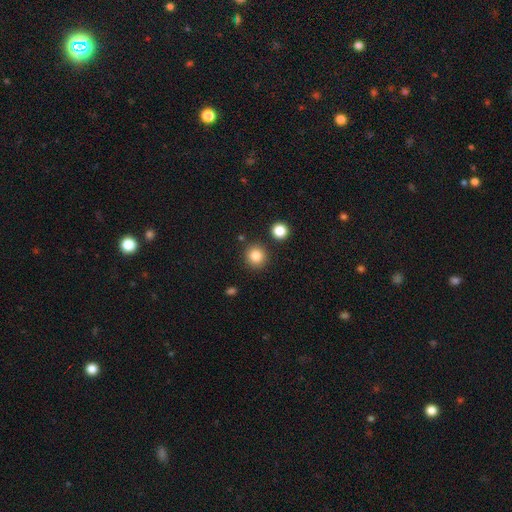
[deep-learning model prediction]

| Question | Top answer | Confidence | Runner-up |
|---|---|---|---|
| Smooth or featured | smooth | 85% | star or artifact (10%) |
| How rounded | round | 91% | in between (8%) |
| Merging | none | 87% | minor disturbance (7%) |